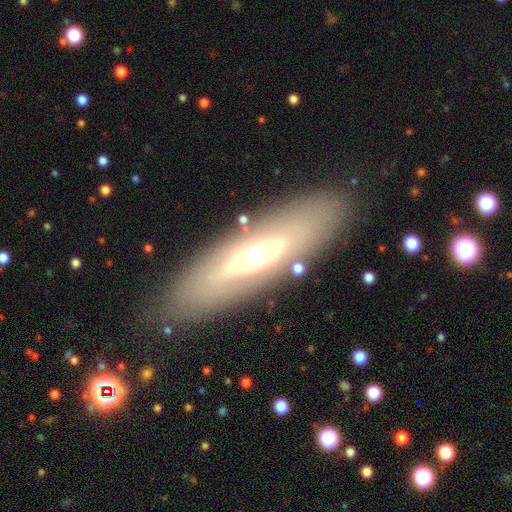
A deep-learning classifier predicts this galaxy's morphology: A featured or disk galaxy (60%). Merging: none (83%).